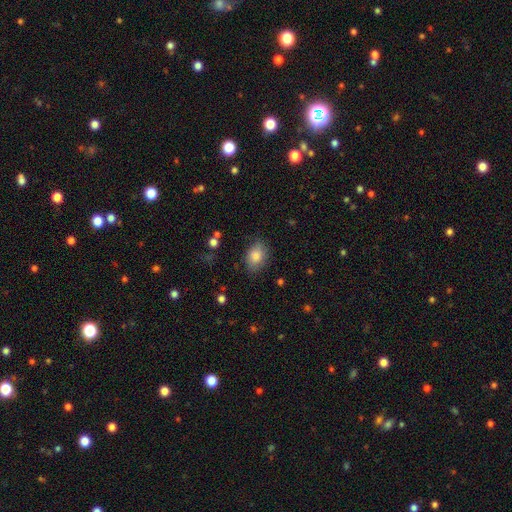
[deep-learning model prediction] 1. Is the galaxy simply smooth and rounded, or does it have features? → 83% smooth, 10% featured or disk, 8% star or artifact.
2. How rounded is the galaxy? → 80% in between, 19% round, 1% cigar-shaped.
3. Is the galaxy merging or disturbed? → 77% none, 18% minor disturbance, 4% major disturbance, 1% merger.